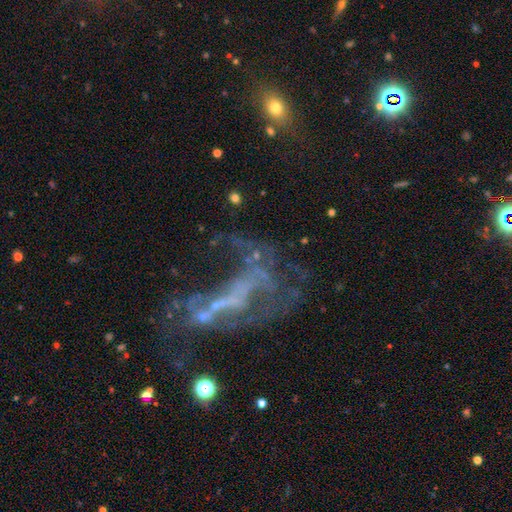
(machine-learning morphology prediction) smooth-or-featured: featured or disk: 64% | star or artifact: 23% | smooth: 14%
  disk-edge-on: no: 94% | yes: 6%
    bar: no: 62% | weak: 20% | strong: 18%
    has-spiral-arms: no: 73% | yes: 27%
    bulge-size: none: 71% | small: 18% | moderate: 8% | large: 2% | dominant: 1%
  merging: major disturbance: 41% | none: 31% | merger: 16% | minor disturbance: 12%